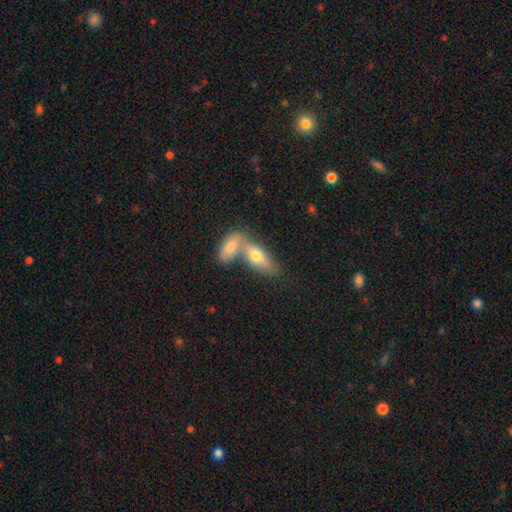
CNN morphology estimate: Overall: smooth (68%). How rounded: in between (73%). Merging: merger (60%; none 29%).